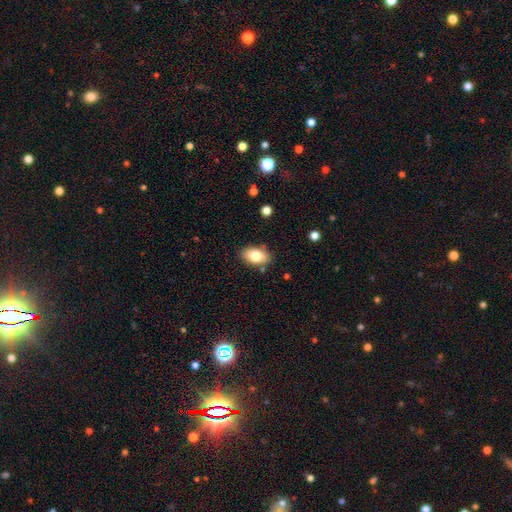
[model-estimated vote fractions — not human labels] Q: Smooth or featured?
A: smooth (79%); runner-up: featured or disk (13%)
Q: How rounded?
A: in between (91%); runner-up: round (7%)
Q: Merging?
A: none (84%); runner-up: minor disturbance (11%)